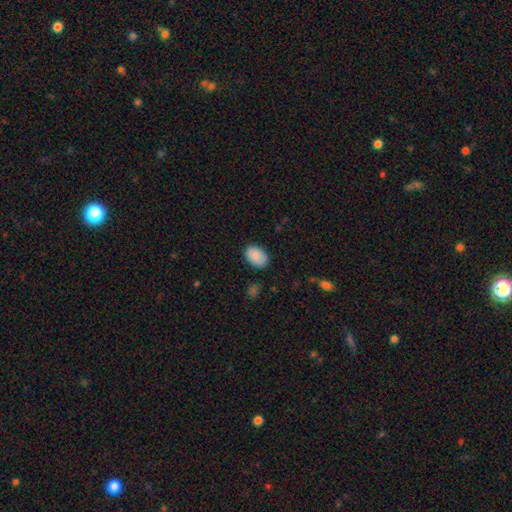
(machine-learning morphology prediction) Smooth or featured? smooth (89%)
How rounded? in between (88%)
Merging? none (82%)